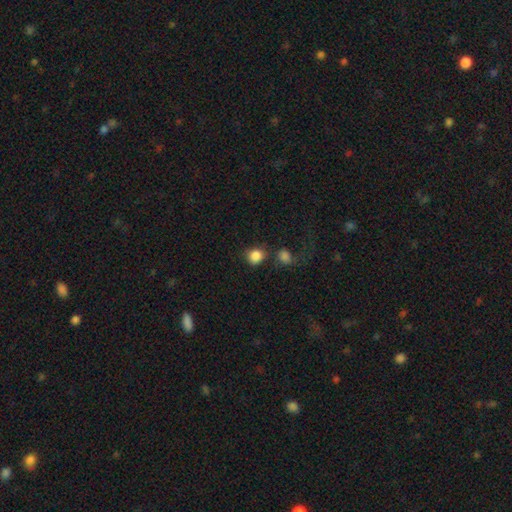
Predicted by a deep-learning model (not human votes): smooth-or-featured: smooth: 85% | star or artifact: 10% | featured or disk: 5%
  how-rounded: round: 77% | in between: 22% | cigar-shaped: 1%
  merging: none: 61% | merger: 17% | minor disturbance: 13% | major disturbance: 8%